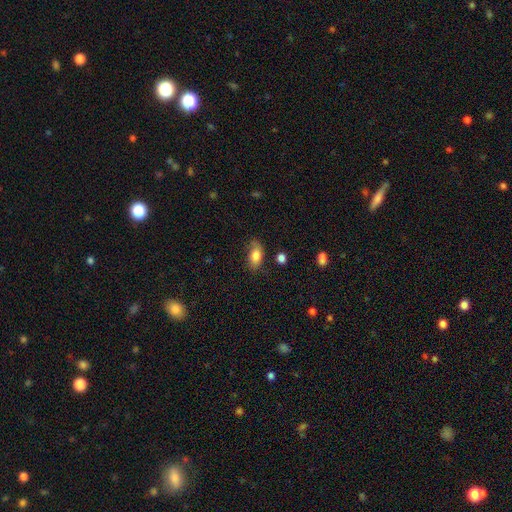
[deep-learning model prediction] Overall: smooth (81%). How rounded: in between (89%). Merging: none (66%).